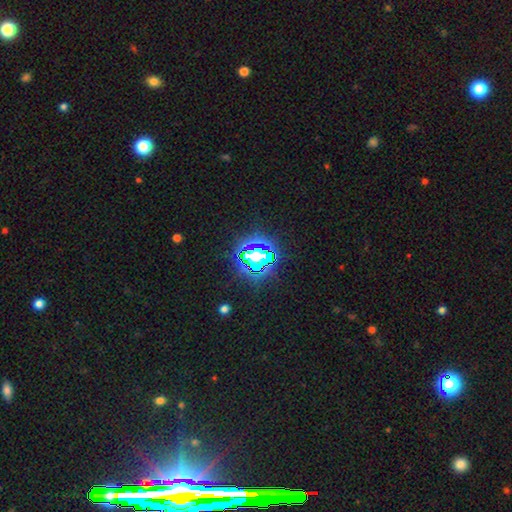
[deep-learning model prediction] Morphology: type=star or artifact (69%).